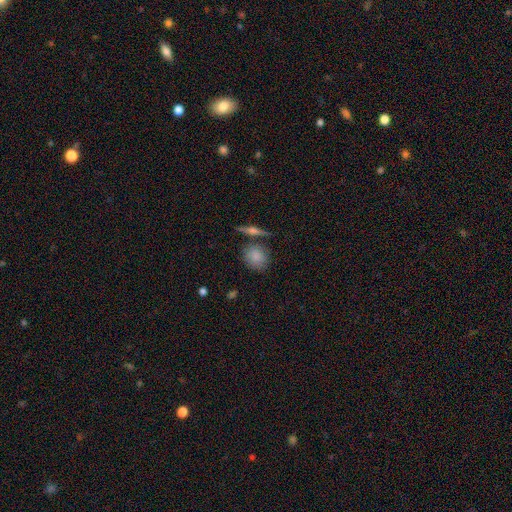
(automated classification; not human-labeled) Smooth or featured? Predicted: smooth (p=0.82). How rounded? Predicted: round (p=0.73). Merging? Predicted: none (p=0.73).